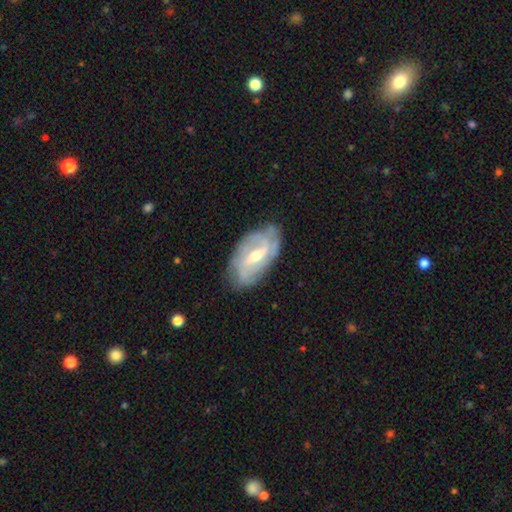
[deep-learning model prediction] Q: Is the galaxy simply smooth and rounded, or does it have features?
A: featured or disk — 80%.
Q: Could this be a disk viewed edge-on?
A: no — 94%.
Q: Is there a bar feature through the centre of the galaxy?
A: weak — 51%.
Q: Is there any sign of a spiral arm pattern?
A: yes — 90%.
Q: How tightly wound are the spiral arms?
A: medium — 40%.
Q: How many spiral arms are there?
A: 2 — 47%.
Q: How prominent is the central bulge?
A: moderate — 54%.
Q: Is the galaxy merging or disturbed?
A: none — 73%.